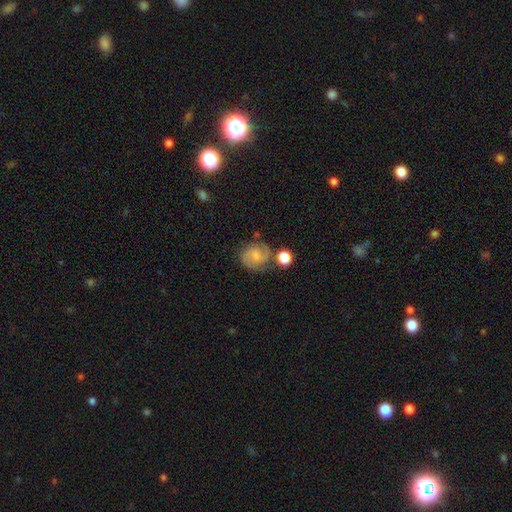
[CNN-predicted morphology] A featured or disk galaxy (64%) with no bar (52%), 2 (78%) medium (46%) spiral arms (93%) and a small central bulge (52%).

Vote fractions:
- Smooth or featured? featured or disk: 64% / smooth: 27% / star or artifact: 9%
- Edge-on disk? no: 98% / yes: 2%
- Bar? no: 52% / weak: 40% / strong: 7%
- Spiral arms? yes: 93% / no: 7%
- Spiral winding? medium: 46% / tight: 39% / loose: 15%
- Spiral arm count? 2: 78% / can't tell: 10% / 3: 5% / 1: 4% / 4: 2% / more than 4: 1%
- Bulge size? small: 52% / none: 22% / moderate: 21% / large: 3% / dominant: 1%
- Merging? none: 62% / minor disturbance: 19% / merger: 11% / major disturbance: 9%